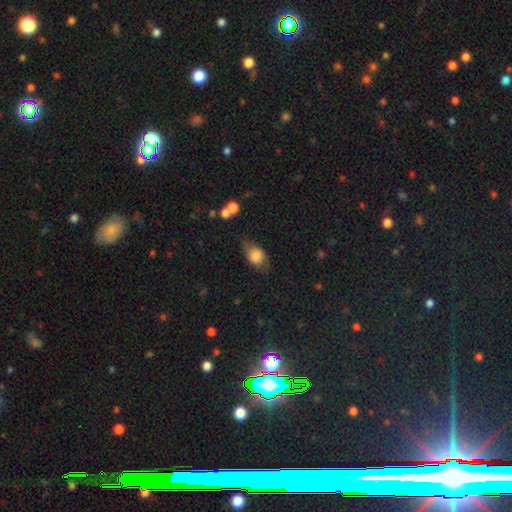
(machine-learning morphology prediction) smooth 76%, featured or disk 16%, star or artifact 8%. Down the decision tree: how rounded — in between (66%); merging — none (53%).